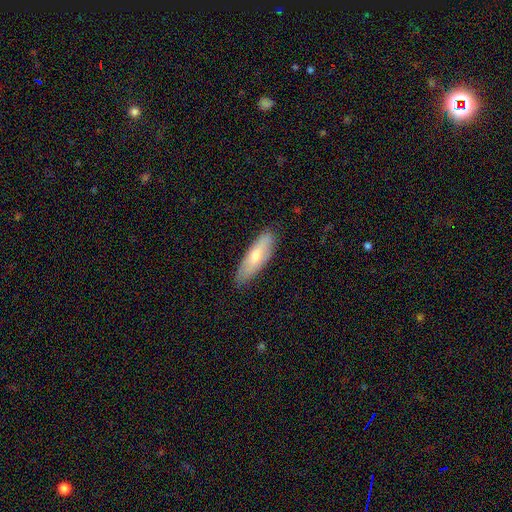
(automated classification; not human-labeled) smooth 64%, featured or disk 30%, star or artifact 6%. Down the decision tree: how rounded — cigar-shaped (49%, tied with in between); merging — none (84%).